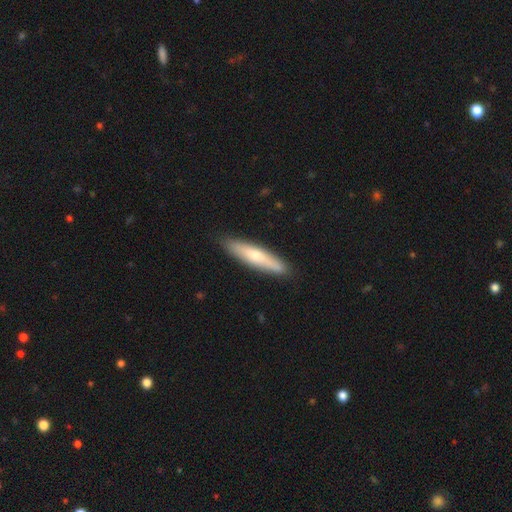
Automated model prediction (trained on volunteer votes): Smooth or featured? smooth (61%)
How rounded? cigar-shaped (83%)
Merging? none (87%)